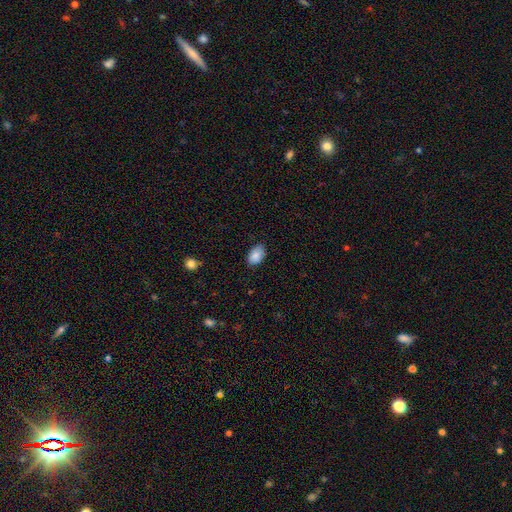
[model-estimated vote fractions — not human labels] smooth-or-featured: smooth: 87% | star or artifact: 7% | featured or disk: 6%
  how-rounded: in between: 90% | round: 9% | cigar-shaped: 1%
  merging: none: 80% | minor disturbance: 17% | major disturbance: 3% | merger: 1%